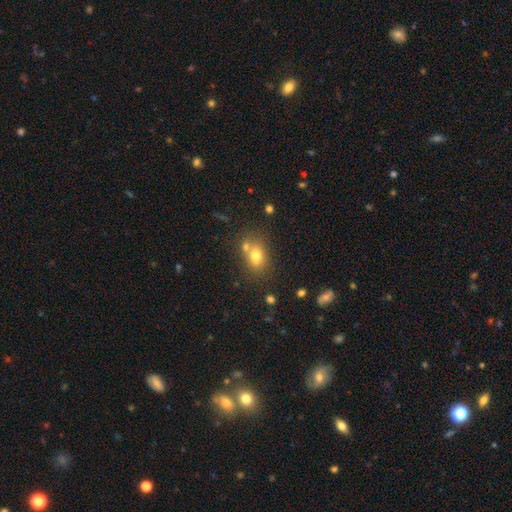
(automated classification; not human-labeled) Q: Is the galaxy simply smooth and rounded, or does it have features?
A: smooth — 72%.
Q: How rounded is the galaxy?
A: in between — 64%.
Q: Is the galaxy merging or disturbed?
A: none — 59%.